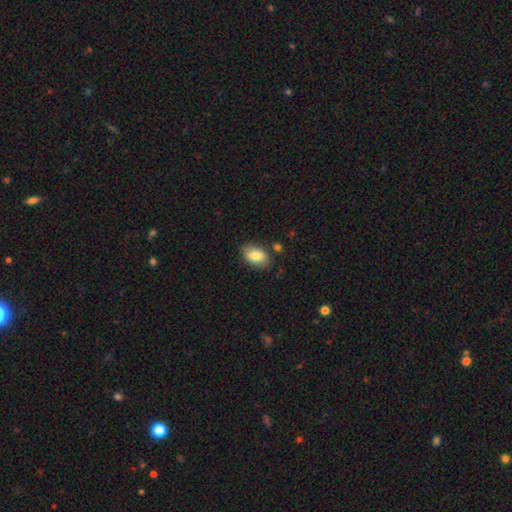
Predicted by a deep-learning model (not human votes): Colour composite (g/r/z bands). It shows a smooth galaxy with no disk features (82%) that is in between round and cigar-shaped (90%). Merging: none (81%).